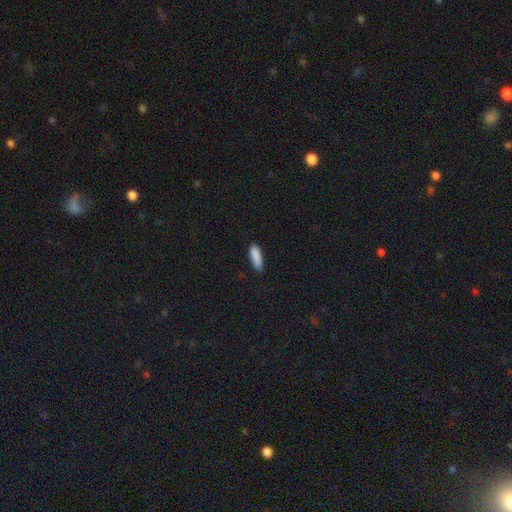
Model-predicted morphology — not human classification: A smooth galaxy with no disk features (89%) that is in between round and cigar-shaped (51%).

Vote fractions:
- Smooth or featured? smooth: 89% / star or artifact: 7% / featured or disk: 4%
- How rounded? in between: 51% / cigar-shaped: 47% / round: 2%
- Merging? none: 82% / minor disturbance: 14% / major disturbance: 2% / merger: 1%